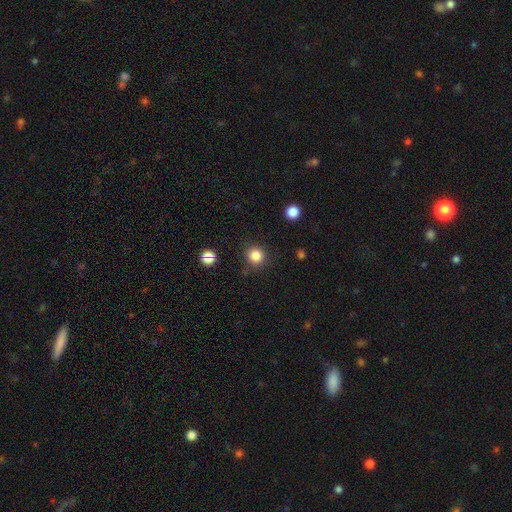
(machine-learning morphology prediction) Smooth or featured? smooth (84%)
How rounded? round (92%)
Merging? none (85%)